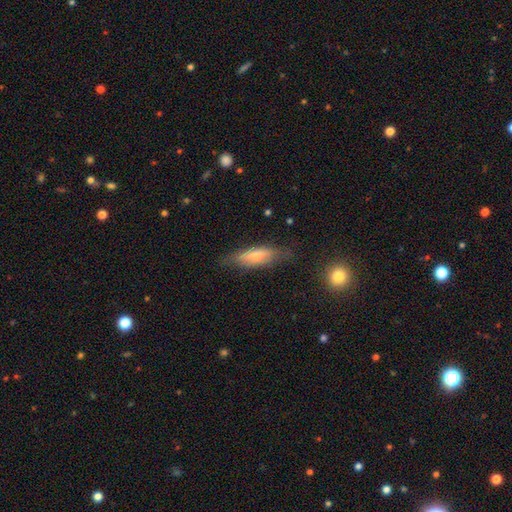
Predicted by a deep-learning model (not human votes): Q: Smooth or featured?
A: smooth (63%); runner-up: featured or disk (30%)
Q: How rounded?
A: cigar-shaped (53%); runner-up: in between (45%)
Q: Merging?
A: none (68%); runner-up: minor disturbance (23%)